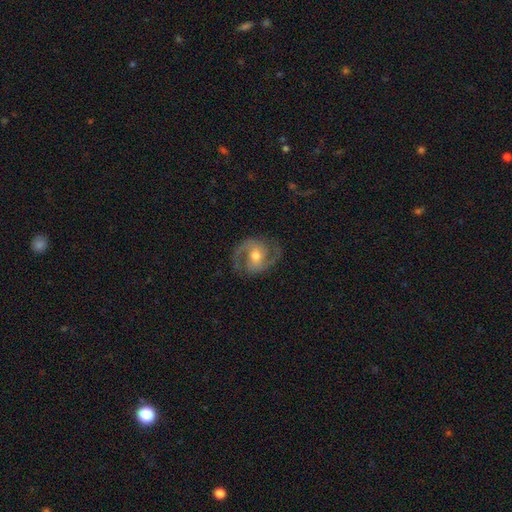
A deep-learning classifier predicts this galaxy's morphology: smooth-or-featured: featured or disk: 87% | smooth: 8% | star or artifact: 5%
  disk-edge-on: no: 97% | yes: 3%
    bar: weak: 42% | no: 40% | strong: 18%
    has-spiral-arms: yes: 95% | no: 5%
      spiral-winding: medium: 59% | tight: 23% | loose: 18%
      spiral-arm-count: 2: 92% | can't tell: 3% | 1: 2% | 3: 1% | 4: 1% | more than 4: 1%
    bulge-size: moderate: 68% | small: 24% | large: 6% | none: 1% | dominant: 1%
  merging: none: 81% | minor disturbance: 12% | major disturbance: 5% | merger: 1%